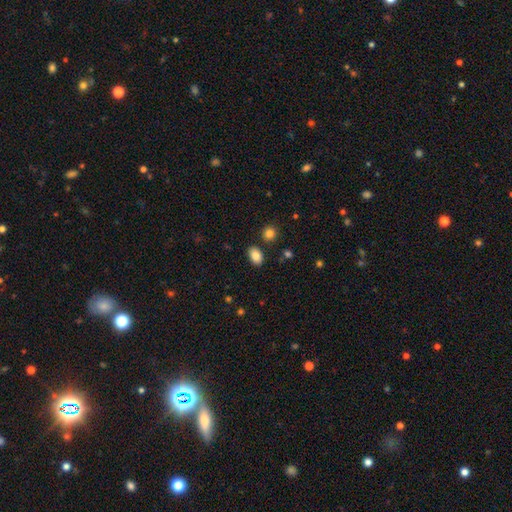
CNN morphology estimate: Smooth or featured? smooth (85%)
How rounded? in between (86%)
Merging? none (84%)